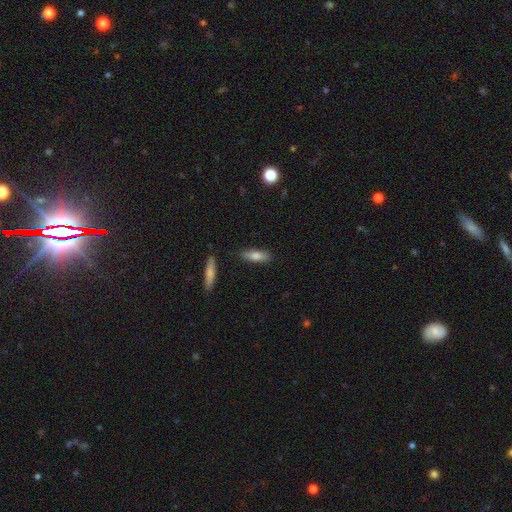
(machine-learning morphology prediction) A smooth galaxy with no disk features (74%) that is cigar-shaped (57%). Merging: none (85%).